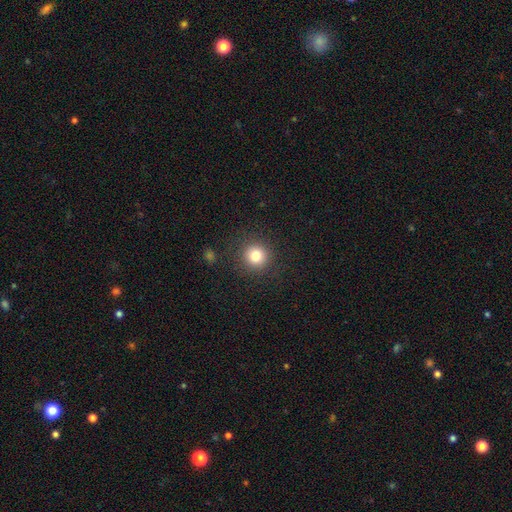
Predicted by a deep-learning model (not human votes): This appears to be a smooth galaxy with no disk features (80%) that is round (94%). Merging: none (90%).